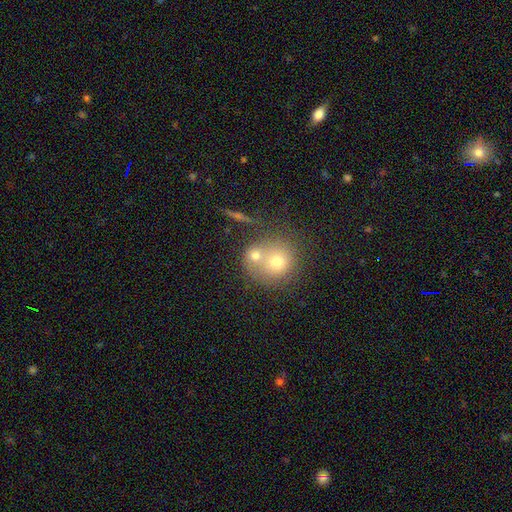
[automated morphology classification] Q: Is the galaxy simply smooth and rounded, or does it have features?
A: smooth — 66%.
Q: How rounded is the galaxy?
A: round — 80%.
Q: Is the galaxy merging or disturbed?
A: merger — 55%.